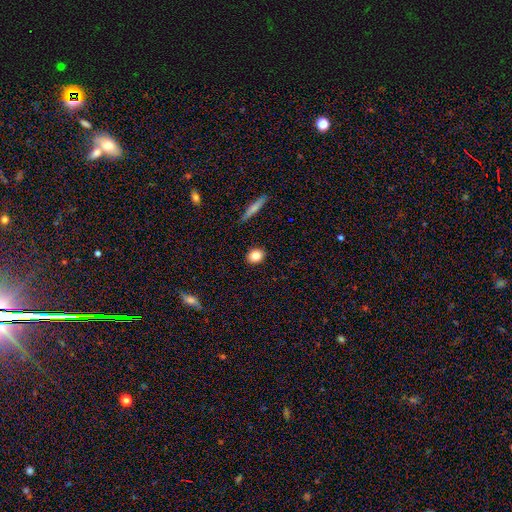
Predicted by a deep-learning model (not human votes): Smooth or featured?
  - smooth: 83% *
  - star or artifact: 9%
  - featured or disk: 8%
How rounded?
  - round: 64% *
  - in between: 34%
  - cigar-shaped: 3%
Merging?
  - none: 90% *
  - minor disturbance: 7%
  - major disturbance: 2%
  - merger: 1%